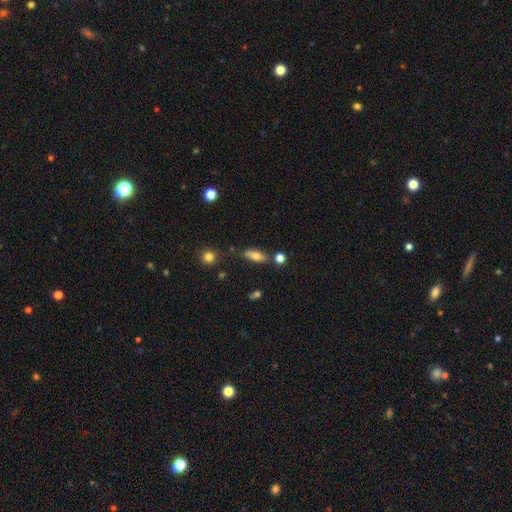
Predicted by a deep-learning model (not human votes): smooth 70%, featured or disk 21%, star or artifact 8%. Down the decision tree: how rounded — in between (69%); merging — none (73%).